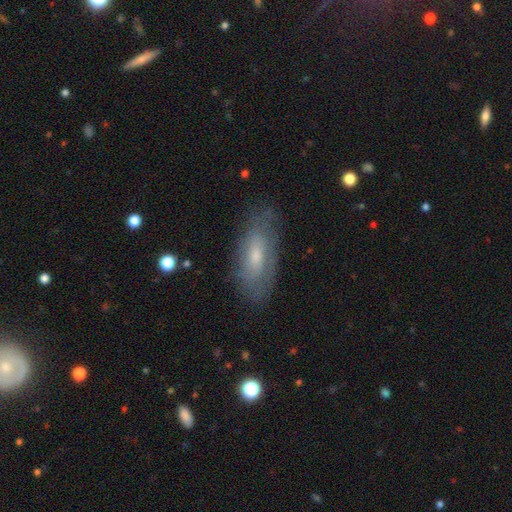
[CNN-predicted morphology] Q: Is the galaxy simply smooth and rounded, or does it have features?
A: featured or disk — 48%.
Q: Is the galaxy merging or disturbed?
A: none — 76%.